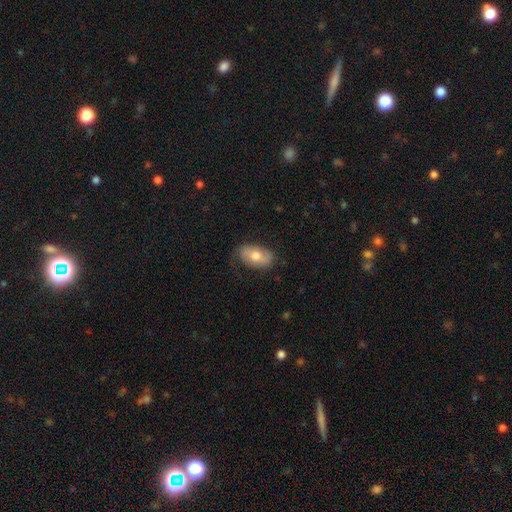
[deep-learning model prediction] Overall: smooth (63%; featured or disk 31%). How rounded: in between (90%). Merging: none (70%).